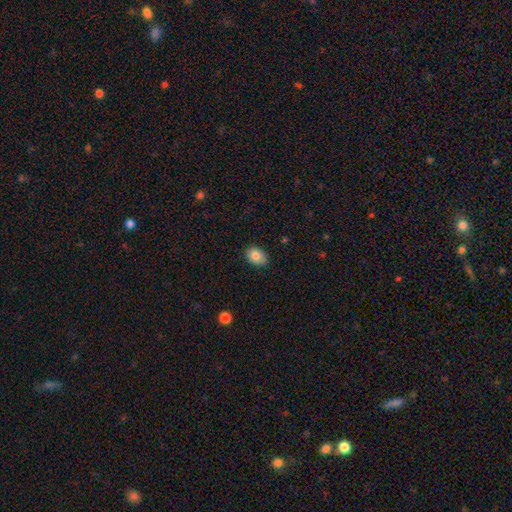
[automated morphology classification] A smooth galaxy with no disk features (83%) that is in between round and cigar-shaped (76%). Merging: none (87%).